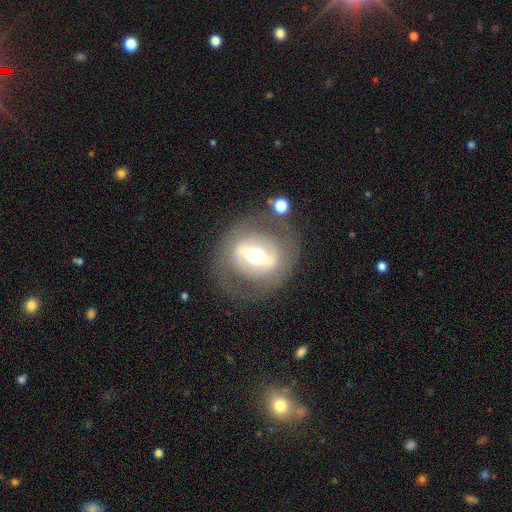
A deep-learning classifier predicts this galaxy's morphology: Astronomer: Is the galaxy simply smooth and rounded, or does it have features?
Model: featured or disk — 68%.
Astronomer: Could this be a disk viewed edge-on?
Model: no — 90%.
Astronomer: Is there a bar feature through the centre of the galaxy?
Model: strong — 59%.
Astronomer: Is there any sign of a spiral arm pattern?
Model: no — 72%.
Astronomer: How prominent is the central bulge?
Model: moderate — 67%.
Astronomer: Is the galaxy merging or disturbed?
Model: none — 74%.